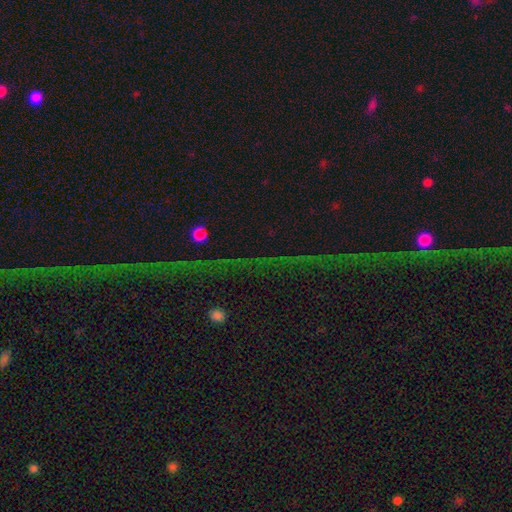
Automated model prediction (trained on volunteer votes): Morphology: type=star or artifact (70%).